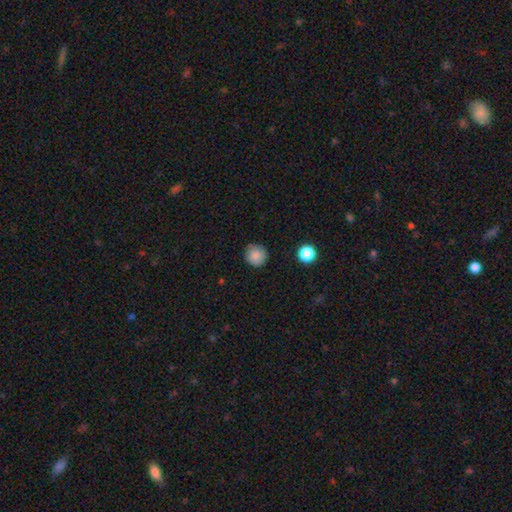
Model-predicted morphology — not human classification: Overall: smooth (86%). How rounded: round (94%). Merging: none (86%).